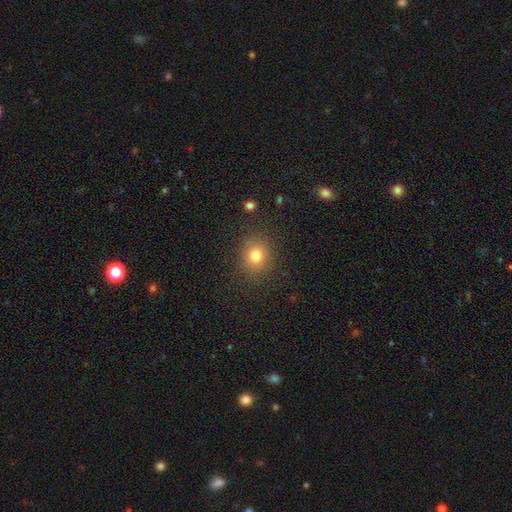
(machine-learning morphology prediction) This is likely a smooth galaxy (79%). How rounded: likely round (77%). Merging: clearly none (86%).